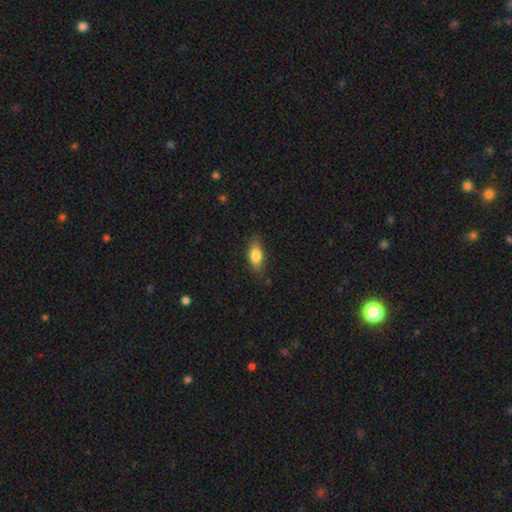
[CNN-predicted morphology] smooth 81%, featured or disk 12%, star or artifact 7%. Down the decision tree: how rounded — in between (84%); merging — none (78%).